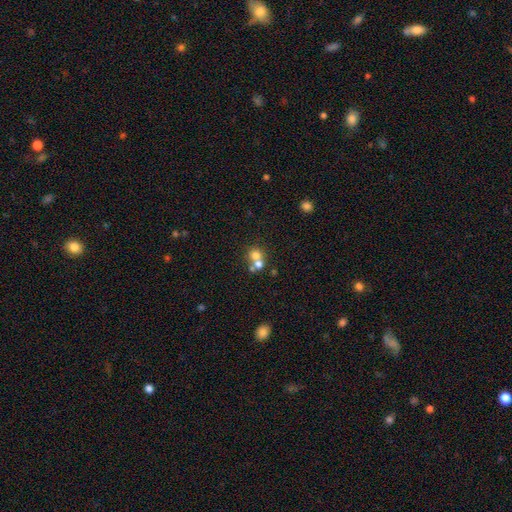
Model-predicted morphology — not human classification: Smooth or featured?
  - smooth: 68% *
  - featured or disk: 18%
  - star or artifact: 14%
How rounded?
  - round: 83% *
  - in between: 16%
  - cigar-shaped: 1%
Merging?
  - merger: 54% *
  - none: 38%
  - minor disturbance: 6%
  - major disturbance: 3%